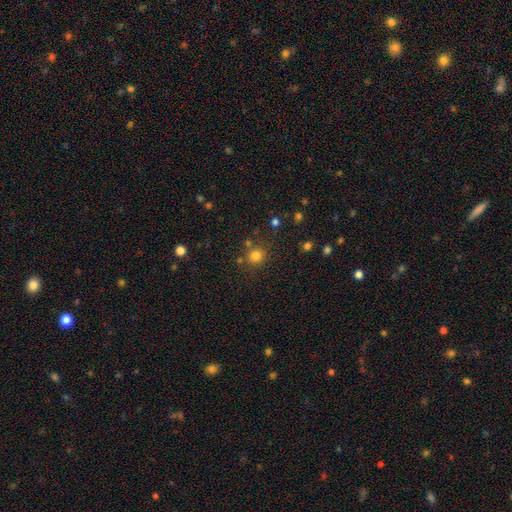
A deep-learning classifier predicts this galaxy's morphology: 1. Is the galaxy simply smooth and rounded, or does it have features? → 80% smooth, 15% star or artifact, 6% featured or disk.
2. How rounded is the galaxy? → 91% round, 8% in between, 1% cigar-shaped.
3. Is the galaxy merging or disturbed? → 79% none, 9% minor disturbance, 8% merger, 3% major disturbance.